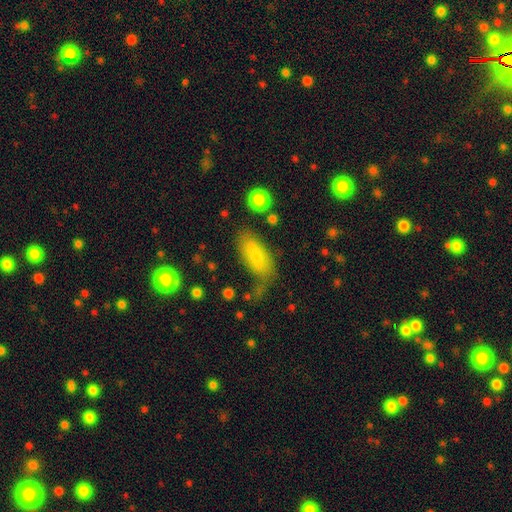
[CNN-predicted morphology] Q: Smooth or featured?
A: smooth (76%); runner-up: featured or disk (16%)
Q: How rounded?
A: in between (83%); runner-up: cigar-shaped (13%)
Q: Merging?
A: none (58%); runner-up: minor disturbance (24%)